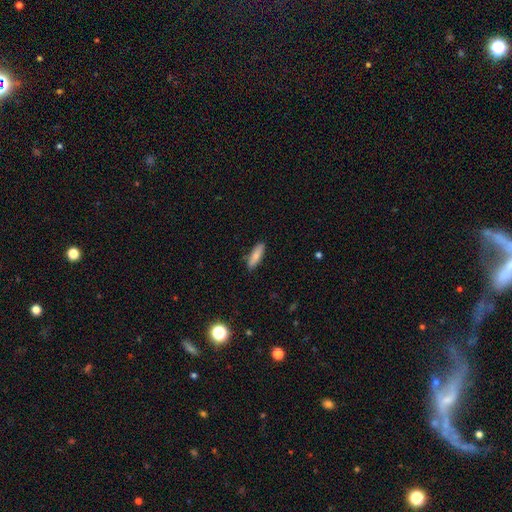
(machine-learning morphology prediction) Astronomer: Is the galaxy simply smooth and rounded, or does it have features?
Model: smooth — 81%.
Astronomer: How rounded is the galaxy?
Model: cigar-shaped — 57% (runner-up: in between, 41%).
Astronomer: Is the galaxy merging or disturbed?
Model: none — 85%.